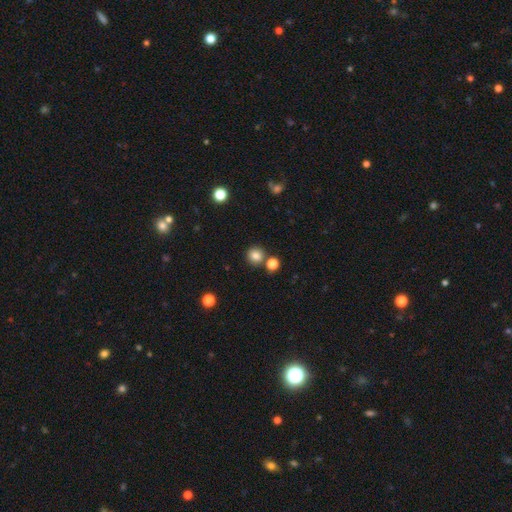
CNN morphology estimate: The model was most divided on "merging": none: 79%, merger: 11%, minor disturbance: 8%, major disturbance: 3%. More confident: how rounded — round (91%); smooth or featured — smooth (82%).